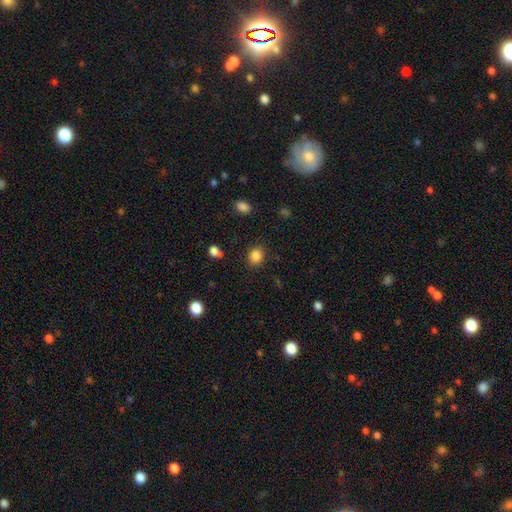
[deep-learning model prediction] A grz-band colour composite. It shows a smooth galaxy with no disk features (85%) that is round (65%). Merging: none (86%).